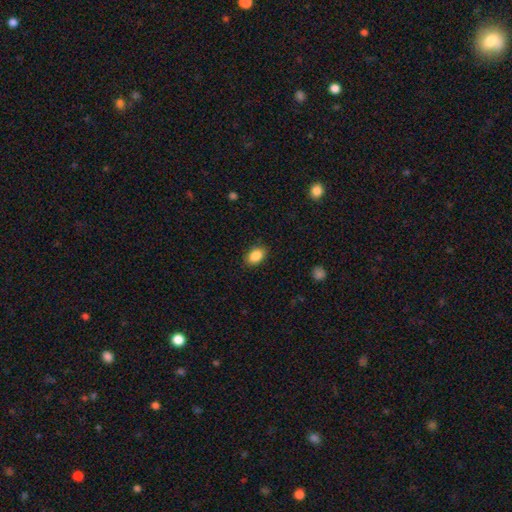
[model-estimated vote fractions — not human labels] smooth 88%, star or artifact 8%, featured or disk 4%. Down the decision tree: how rounded — in between (85%); merging — none (87%).